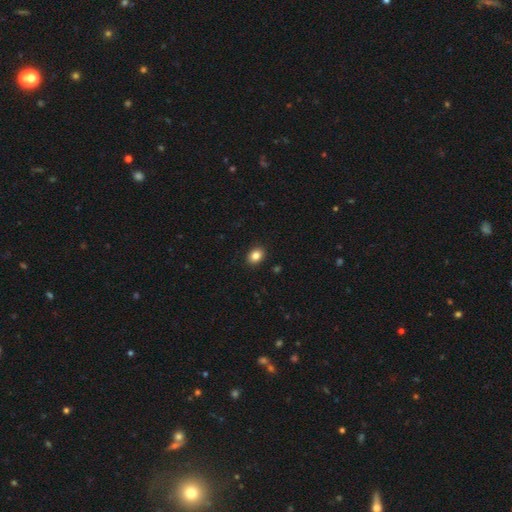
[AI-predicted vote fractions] Smooth or featured? Predicted: smooth (p=0.85). How rounded? Predicted: in between (p=0.62). Merging? Predicted: none (p=0.90).